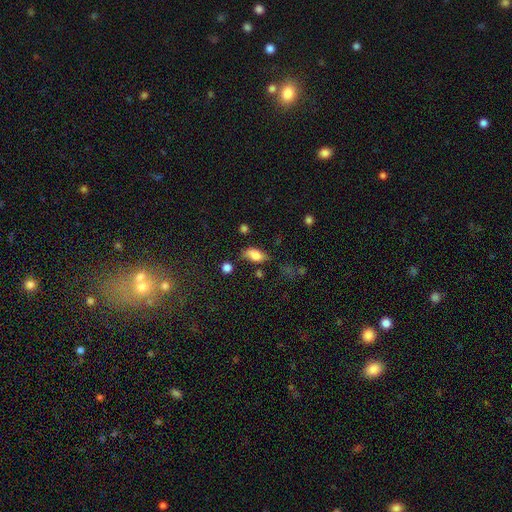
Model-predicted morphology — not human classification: Q: Smooth or featured?
A: smooth (78%); runner-up: featured or disk (13%)
Q: How rounded?
A: in between (88%); runner-up: cigar-shaped (7%)
Q: Merging?
A: none (57%); runner-up: minor disturbance (27%)